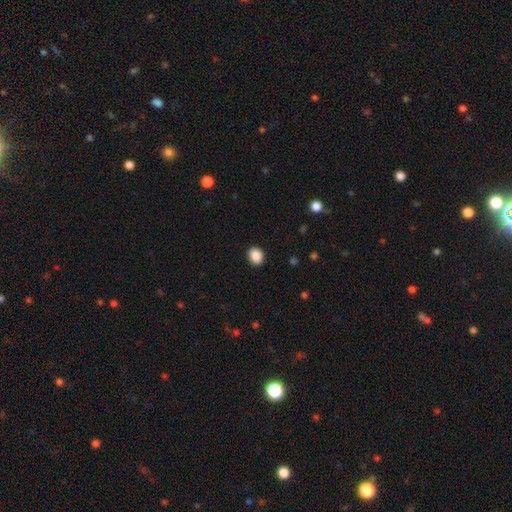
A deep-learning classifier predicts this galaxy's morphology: Q: Smooth or featured?
A: smooth (89%); runner-up: star or artifact (8%)
Q: How rounded?
A: round (51%); runner-up: in between (49%)
Q: Merging?
A: none (91%); runner-up: minor disturbance (7%)